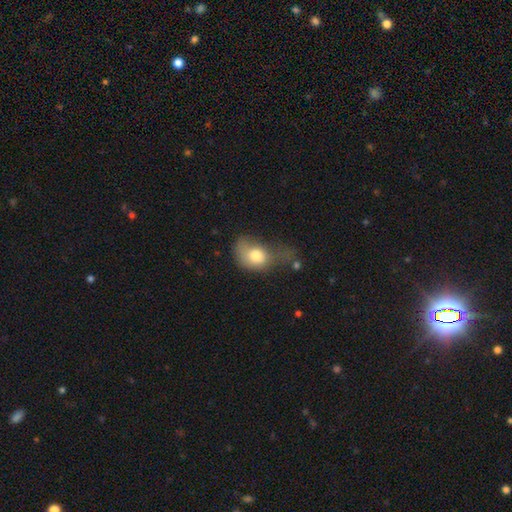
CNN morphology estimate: type=smooth (74%); roundness=in between (64%); merging=major disturbance (50%).